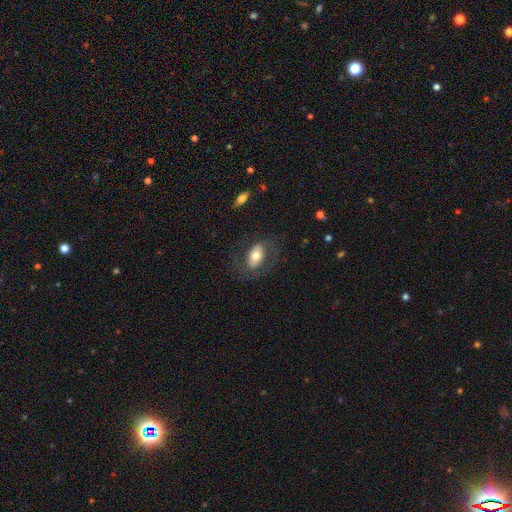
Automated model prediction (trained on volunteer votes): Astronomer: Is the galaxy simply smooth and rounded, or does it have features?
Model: smooth — 56% (runner-up: featured or disk, 37%).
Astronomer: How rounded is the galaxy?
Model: in between — 88%.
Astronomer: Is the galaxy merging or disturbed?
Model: none — 69%.